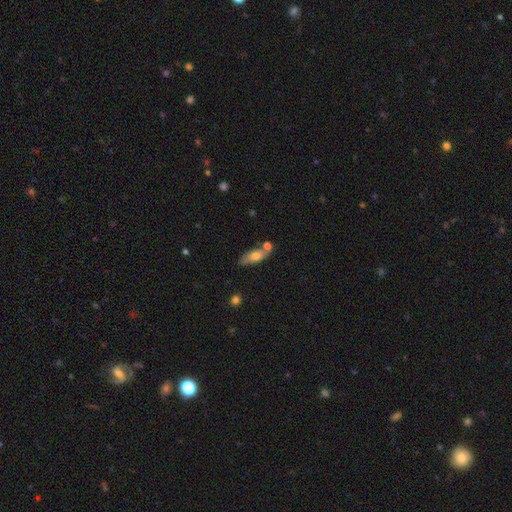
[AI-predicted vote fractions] Morphology: type=smooth (65%); roundness=in between (67%); merging=none (65%).